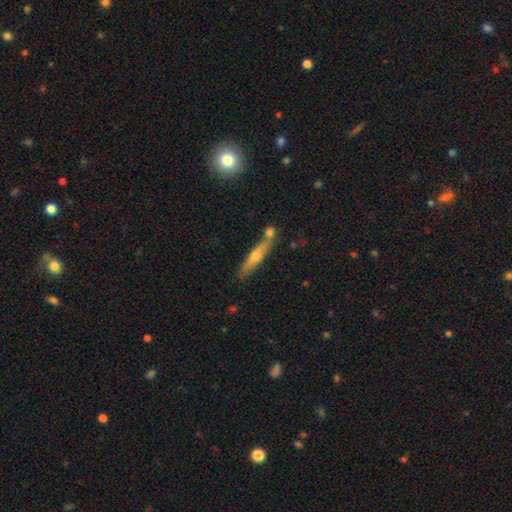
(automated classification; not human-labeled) The model was most divided on "smooth or featured": featured or disk: 50%, smooth: 43%, star or artifact: 7%. More confident: edge-on disk — yes (89%); merging — none (65%).